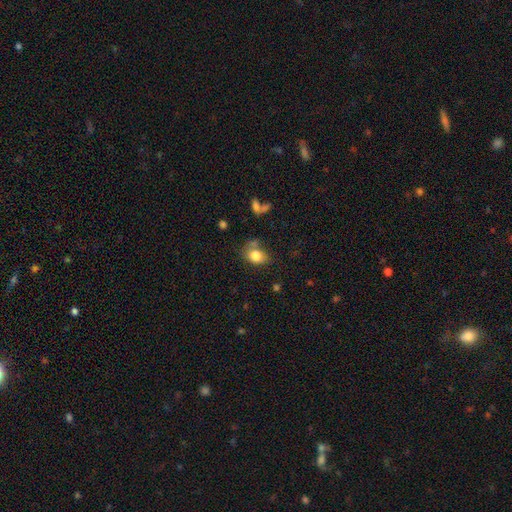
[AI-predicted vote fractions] Smooth or featured?
  - smooth: 81% *
  - featured or disk: 9%
  - star or artifact: 9%
How rounded?
  - in between: 64% *
  - round: 35%
  - cigar-shaped: 1%
Merging?
  - none: 54% *
  - minor disturbance: 24%
  - merger: 12%
  - major disturbance: 9%